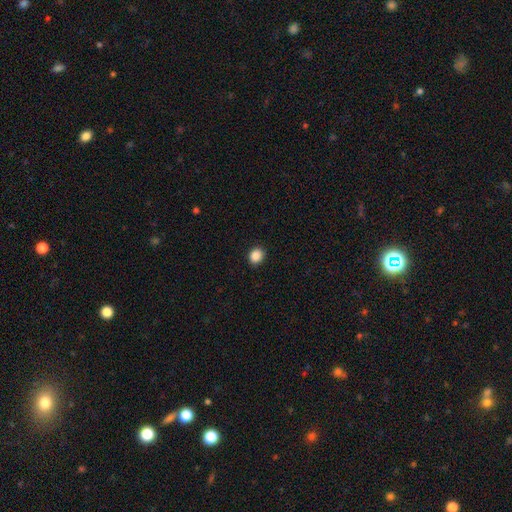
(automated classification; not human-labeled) smooth 89%, star or artifact 9%, featured or disk 2%. Down the decision tree: how rounded — round (65%); merging — none (91%).